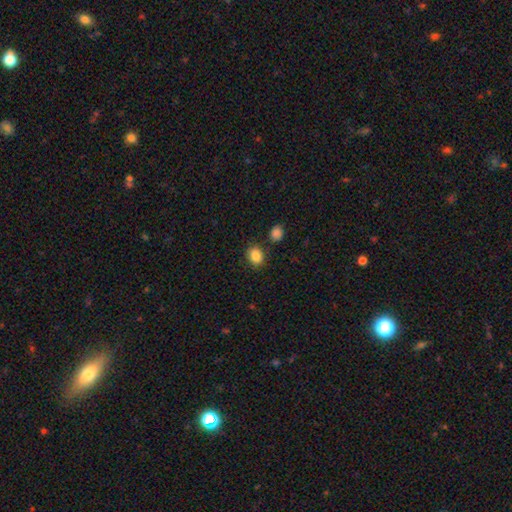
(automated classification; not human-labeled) Morphology: type=smooth (86%); roundness=in between (55%); merging=none (82%).